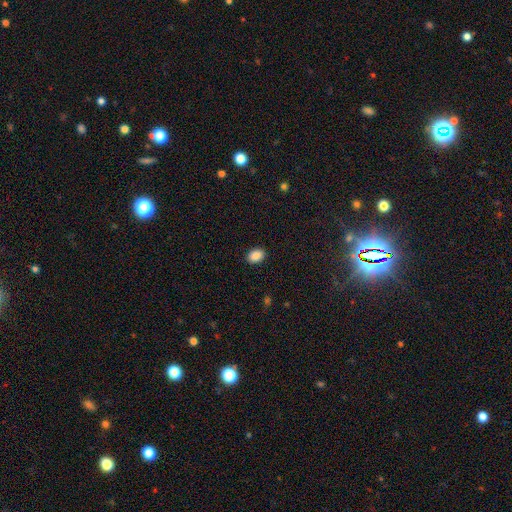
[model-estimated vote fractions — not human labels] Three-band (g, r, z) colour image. It shows a smooth galaxy with no disk features (88%) that is in between round and cigar-shaped (73%). Merging: none (90%).